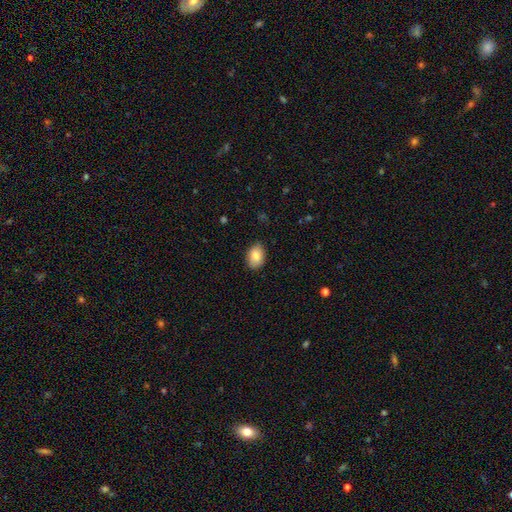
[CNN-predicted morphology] smooth-or-featured: smooth: 84% | featured or disk: 8% | star or artifact: 7%
  how-rounded: in between: 78% | round: 21% | cigar-shaped: 1%
  merging: none: 84% | minor disturbance: 13% | major disturbance: 2% | merger: 1%